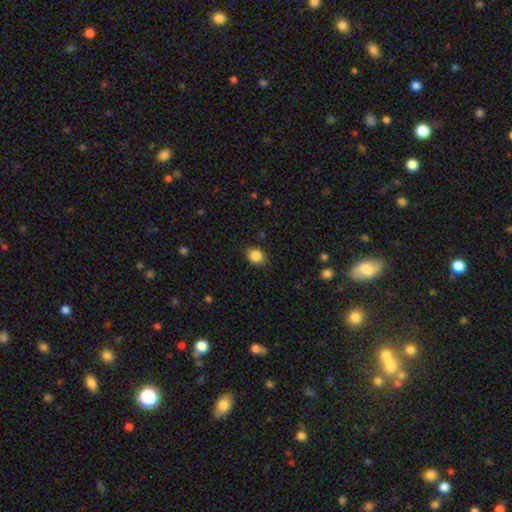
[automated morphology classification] Smooth or featured?
  - smooth: 87% *
  - star or artifact: 9%
  - featured or disk: 4%
How rounded?
  - round: 58% *
  - in between: 41%
  - cigar-shaped: 1%
Merging?
  - none: 83% *
  - minor disturbance: 13%
  - major disturbance: 3%
  - merger: 1%